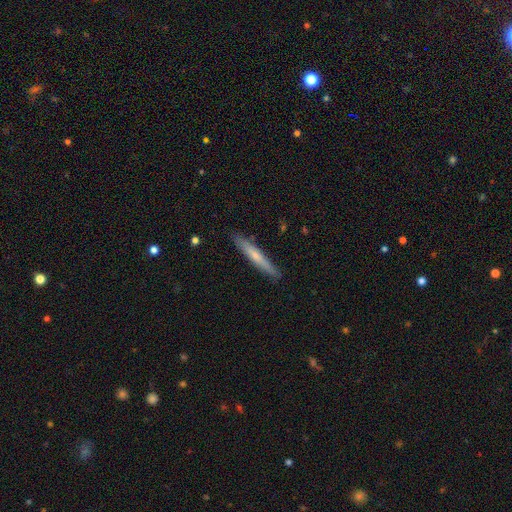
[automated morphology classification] A smooth galaxy with no disk features (56%) that is cigar-shaped (95%).

Vote fractions:
- Smooth or featured? smooth: 56% / featured or disk: 39% / star or artifact: 5%
- How rounded? cigar-shaped: 95% / in between: 4% / round: 1%
- Merging? none: 89% / minor disturbance: 8% / major disturbance: 1% / merger: 1%